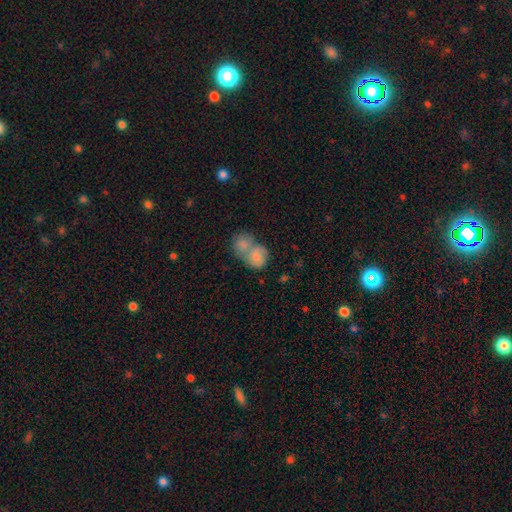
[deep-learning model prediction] smooth-or-featured: smooth: 71% | featured or disk: 21% | star or artifact: 8%
  how-rounded: round: 54% | in between: 45% | cigar-shaped: 1%
  merging: merger: 74% | none: 16% | minor disturbance: 6% | major disturbance: 4%